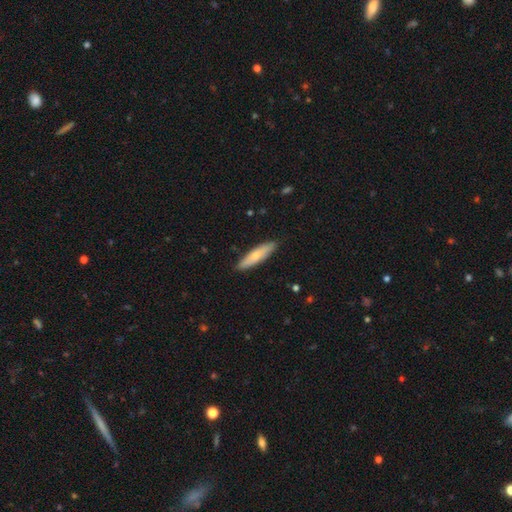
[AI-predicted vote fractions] A smooth galaxy with no disk features (64%) that is cigar-shaped (71%).

Vote fractions:
- Smooth or featured? smooth: 64% / featured or disk: 31% / star or artifact: 5%
- How rounded? cigar-shaped: 71% / in between: 27% / round: 2%
- Merging? none: 88% / minor disturbance: 10% / major disturbance: 2% / merger: 1%